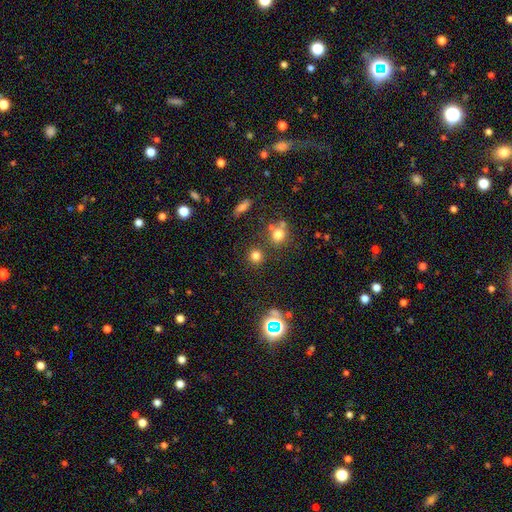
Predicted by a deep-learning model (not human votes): Morphology: type=smooth (73%); roundness=round (90%); merging=none (80%).